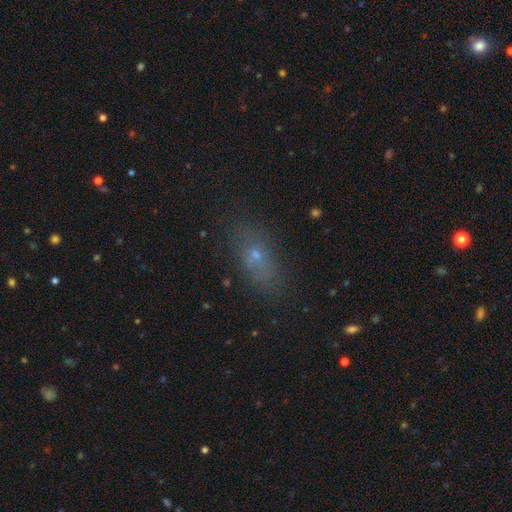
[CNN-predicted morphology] smooth_or_featured: smooth (p=0.57) [alt: star or artifact p=0.26]
how_rounded: in between (p=0.75) [alt: round p=0.14]
merging: none (p=0.81) [alt: minor disturbance p=0.13]